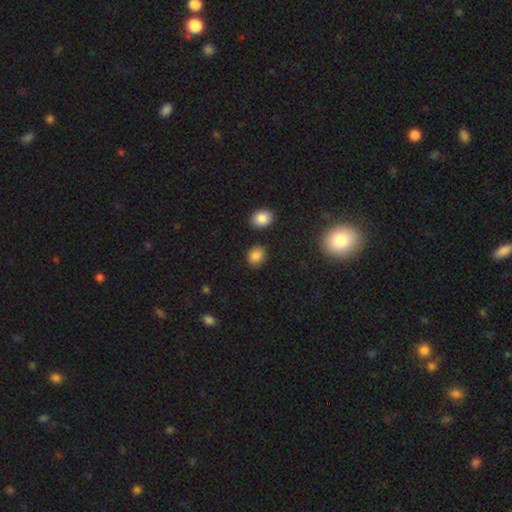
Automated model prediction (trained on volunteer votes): Smooth or featured? smooth (85%)
How rounded? round (64%)
Merging? none (84%)